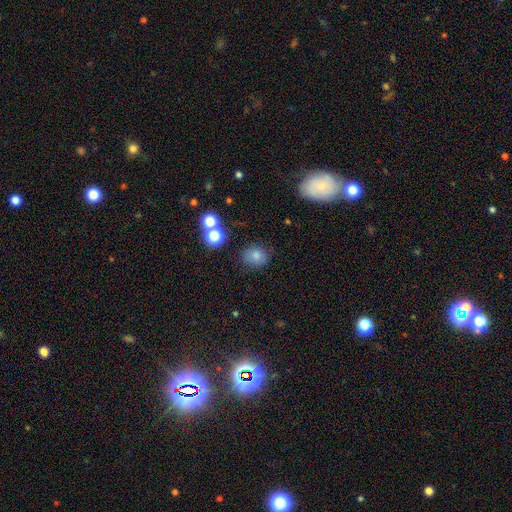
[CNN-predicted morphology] The model was most divided on "how rounded": round: 69%, in between: 30%, cigar-shaped: 1%. More confident: smooth or featured — smooth (79%); merging — none (77%).